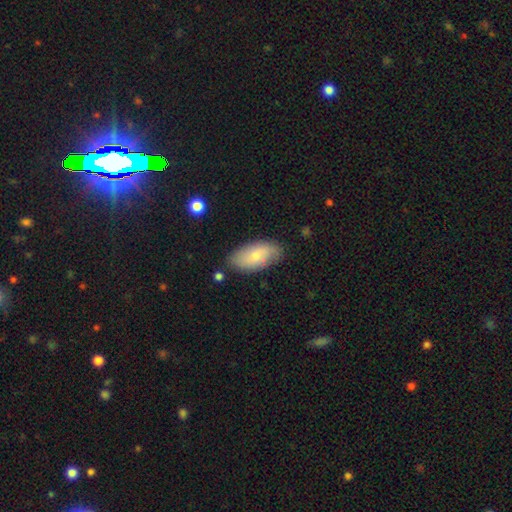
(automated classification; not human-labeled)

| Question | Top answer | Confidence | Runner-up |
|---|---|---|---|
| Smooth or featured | smooth | 68% | featured or disk (26%) |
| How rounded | in between | 93% | cigar-shaped (5%) |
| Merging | none | 78% | minor disturbance (17%) |